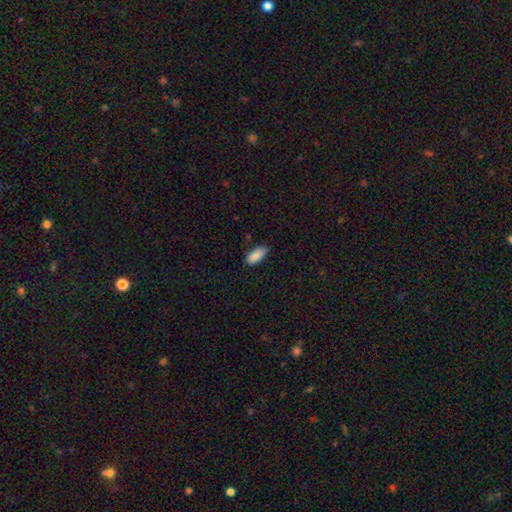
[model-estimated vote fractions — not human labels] smooth 89%, star or artifact 7%, featured or disk 4%. Down the decision tree: how rounded — in between (86%); merging — none (72%).